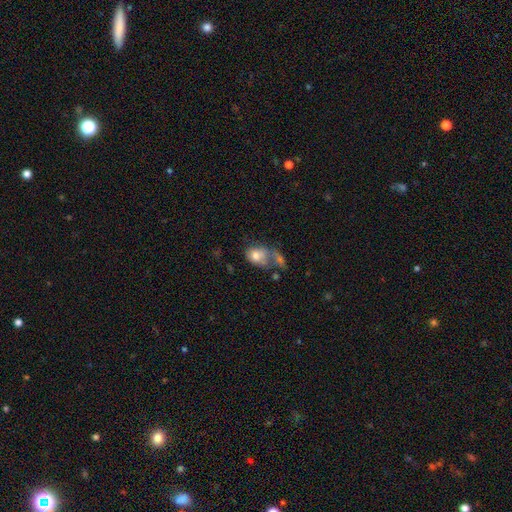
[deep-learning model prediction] Overall: smooth (71%). How rounded: in between (64%; round 34%). Merging: merger (41%; none 23%).